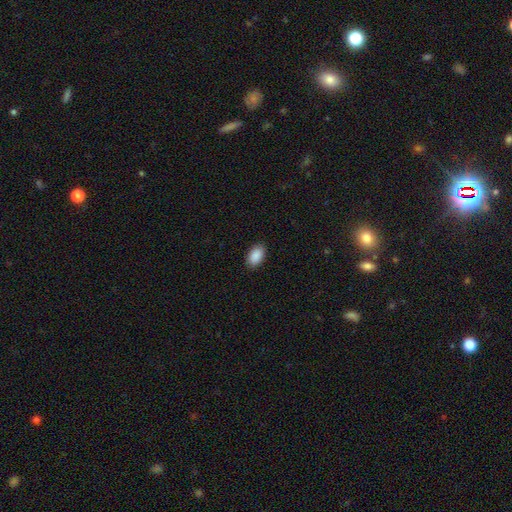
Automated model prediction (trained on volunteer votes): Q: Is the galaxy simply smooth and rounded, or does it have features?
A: smooth — 91%.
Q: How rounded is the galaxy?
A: in between — 94%.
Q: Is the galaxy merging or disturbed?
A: none — 89%.